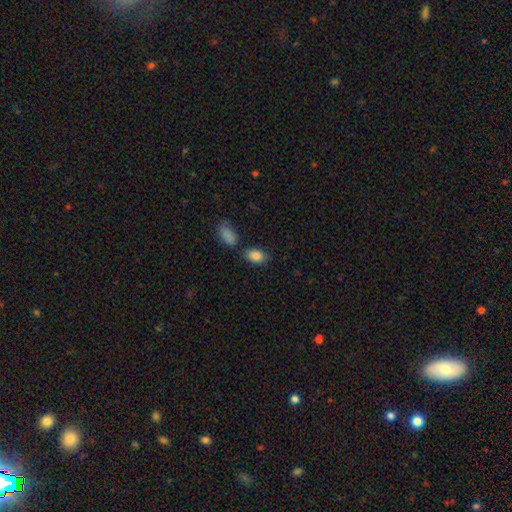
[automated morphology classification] A smooth galaxy with no disk features (86%) that is in between round and cigar-shaped (90%). Merging: none (74%).